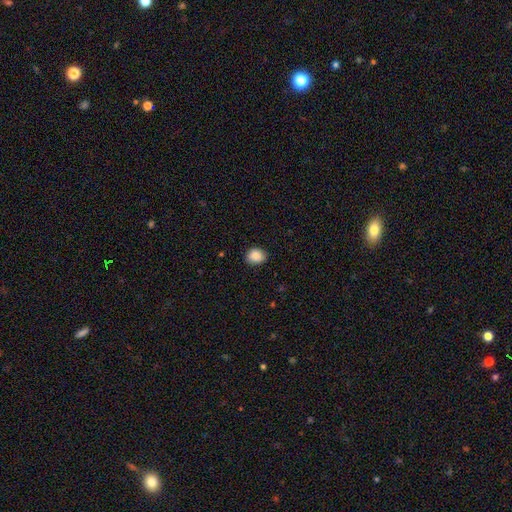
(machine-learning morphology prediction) A smooth galaxy with no disk features (88%) that is round (65%). Merging: none (87%).